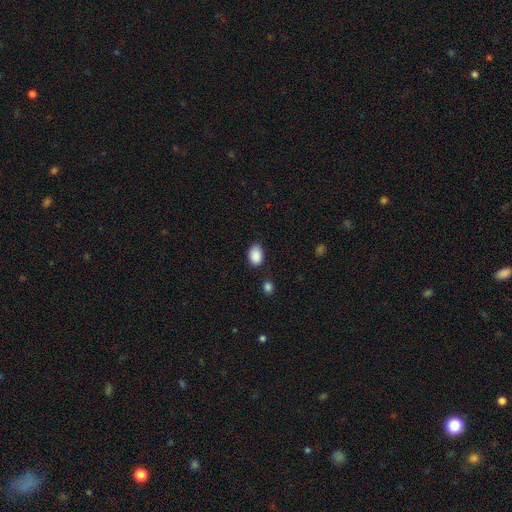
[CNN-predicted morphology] smooth_or_featured: smooth (p=0.89) [alt: star or artifact p=0.08]
how_rounded: in between (p=0.76) [alt: round p=0.23]
merging: none (p=0.79) [alt: minor disturbance p=0.15]